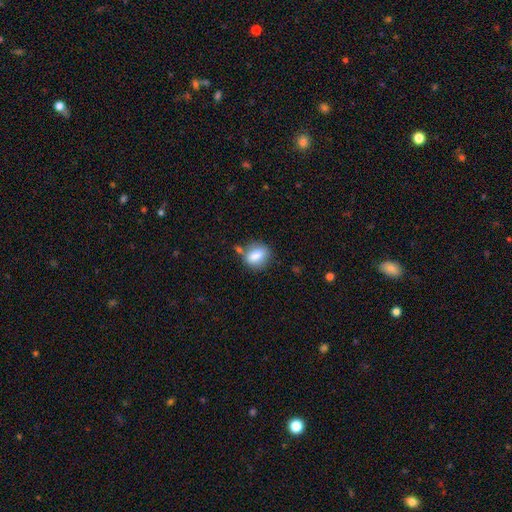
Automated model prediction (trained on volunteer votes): smooth-or-featured: smooth: 82% | featured or disk: 9% | star or artifact: 8%
  how-rounded: in between: 59% | round: 38% | cigar-shaped: 3%
  merging: none: 67% | minor disturbance: 17% | merger: 10% | major disturbance: 5%